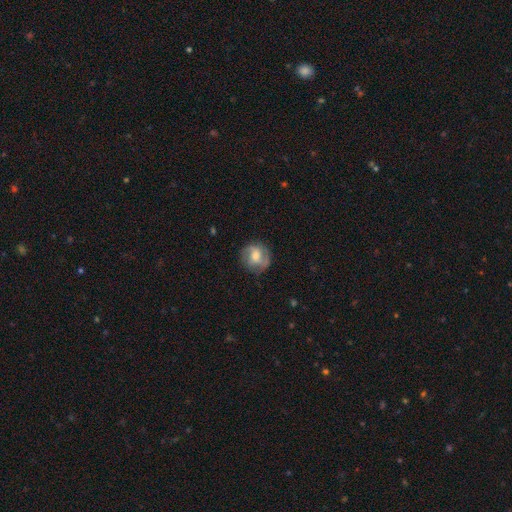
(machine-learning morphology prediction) Q: Smooth or featured?
A: featured or disk (59%); runner-up: smooth (34%)
Q: Edge-on disk?
A: no (97%); runner-up: yes (3%)
Q: Bar?
A: no (45%); runner-up: weak (41%)
Q: Spiral arms?
A: yes (84%); runner-up: no (16%)
Q: Bulge size?
A: moderate (58%); runner-up: small (29%)
Q: Merging?
A: none (75%); runner-up: minor disturbance (17%)